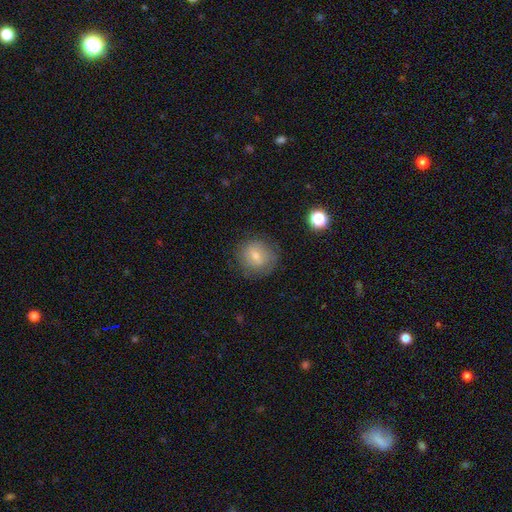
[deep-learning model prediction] Smooth or featured? smooth (59%)
How rounded? round (87%)
Merging? none (80%)